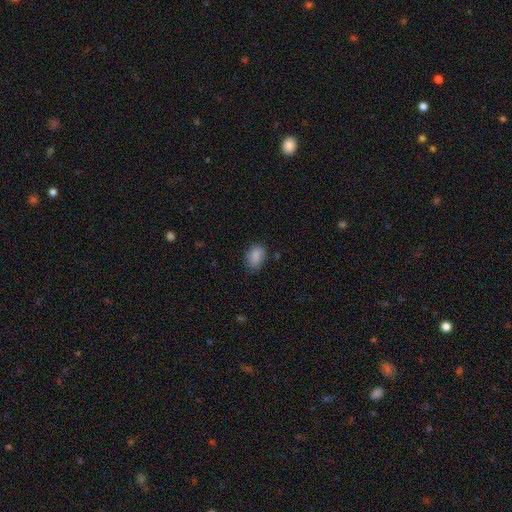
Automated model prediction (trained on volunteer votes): Morphology: type=smooth (86%); roundness=in between (80%); merging=none (73%).